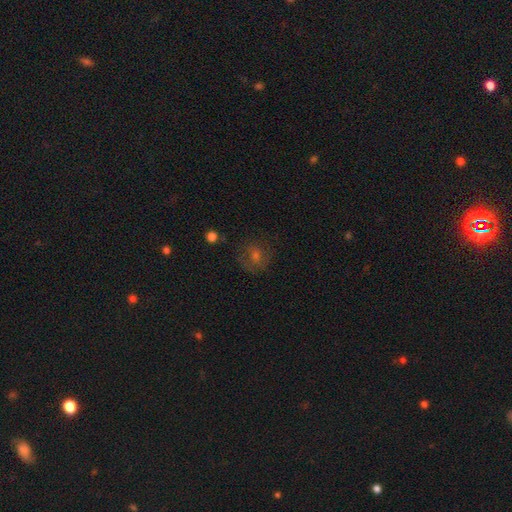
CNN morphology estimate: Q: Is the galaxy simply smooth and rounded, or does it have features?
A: smooth — 42%.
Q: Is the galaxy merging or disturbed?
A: none — 69%.